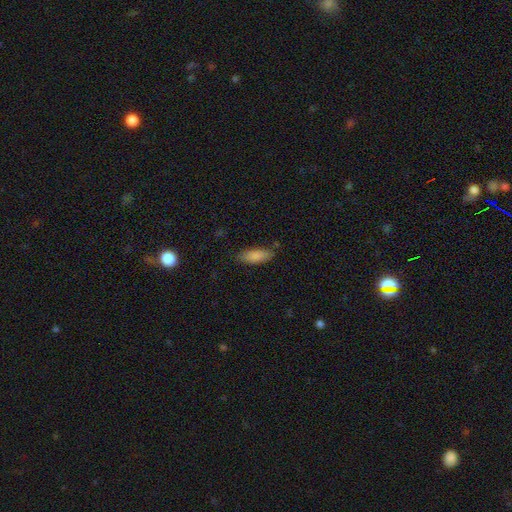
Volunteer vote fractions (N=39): Overall: smooth (92%). How rounded: in between (67%; cigar-shaped 33%). Merging: none (87%).